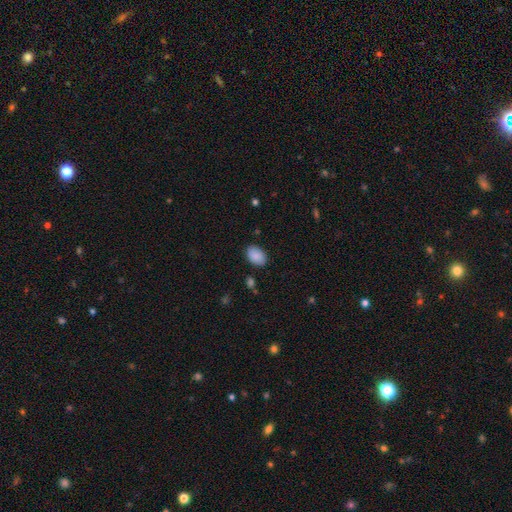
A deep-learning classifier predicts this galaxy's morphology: This appears to be a smooth galaxy with no disk features (89%) that is in between round and cigar-shaped (87%). Merging: none (85%).